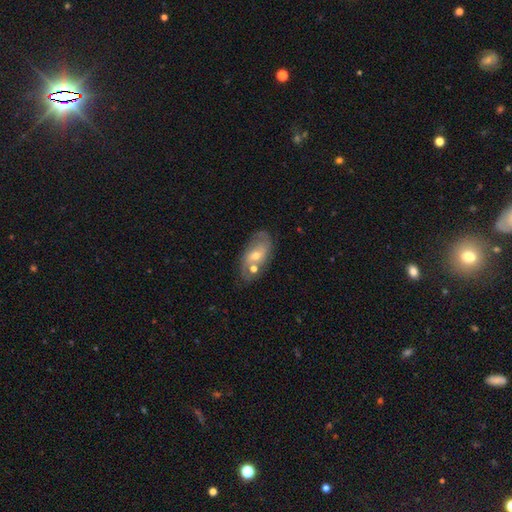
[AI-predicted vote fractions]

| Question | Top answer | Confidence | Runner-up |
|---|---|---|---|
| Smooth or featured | featured or disk | 60% | smooth (31%) |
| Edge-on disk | no | 92% | yes (8%) |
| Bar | no | 54% | weak (35%) |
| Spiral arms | yes | 67% | no (33%) |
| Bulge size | moderate | 54% | small (42%) |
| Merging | none | 57% | merger (19%) |